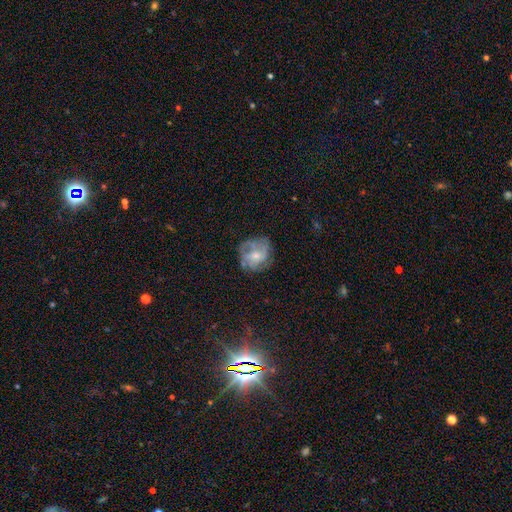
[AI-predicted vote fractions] The model was most divided on "bulge size": small: 50%, moderate: 40%, none: 6%, large: 3%, dominant: 1%. More confident: edge-on disk — no (98%); bar — no (70%); spiral arms — yes (63%); smooth or featured — featured or disk (59%); merging — none (57%).